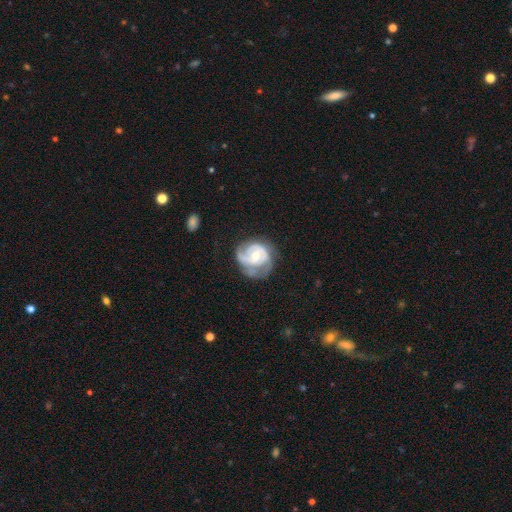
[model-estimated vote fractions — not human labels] A featured or disk galaxy (81%) with no bar (63%), 2 (48%) tight (52%) spiral arms (90%) and a moderate central bulge (63%).

Vote fractions:
- Smooth or featured? featured or disk: 81% / smooth: 14% / star or artifact: 5%
- Edge-on disk? no: 98% / yes: 2%
- Bar? no: 63% / weak: 30% / strong: 7%
- Spiral arms? yes: 90% / no: 10%
- Spiral winding? tight: 52% / medium: 37% / loose: 11%
- Spiral arm count? 2: 48% / can't tell: 19% / 3: 16% / 1: 11% / 4: 3% / more than 4: 2%
- Bulge size? moderate: 63% / small: 31% / large: 4% / none: 1% / dominant: 1%
- Merging? none: 49% / minor disturbance: 28% / major disturbance: 21% / merger: 2%